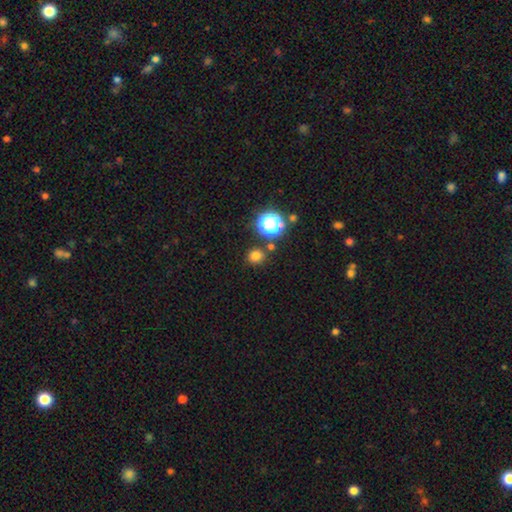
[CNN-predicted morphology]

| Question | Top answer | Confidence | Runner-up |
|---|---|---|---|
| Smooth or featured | smooth | 74% | star or artifact (21%) |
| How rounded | round | 82% | in between (17%) |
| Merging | none | 84% | minor disturbance (8%) |